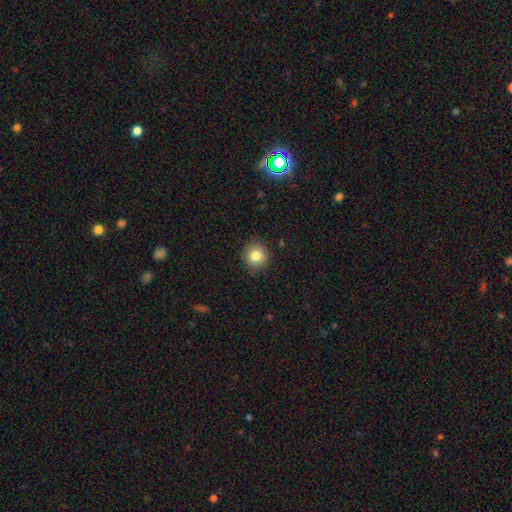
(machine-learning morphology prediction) The model was most divided on "smooth or featured": smooth: 82%, star or artifact: 10%, featured or disk: 8%. More confident: how rounded — round (88%); merging — none (87%).